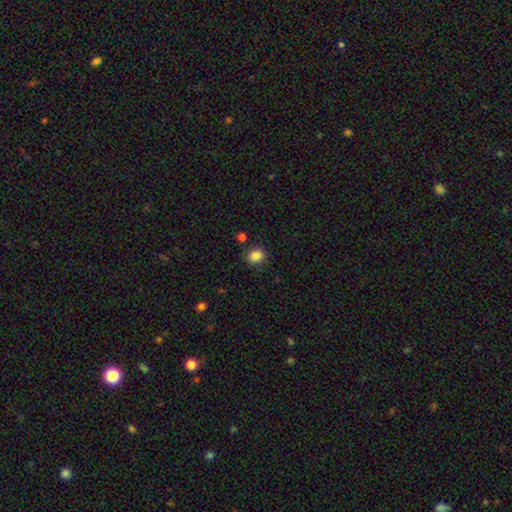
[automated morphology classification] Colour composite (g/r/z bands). It shows a smooth galaxy with no disk features (86%) that is round (55%). Merging: none (83%).